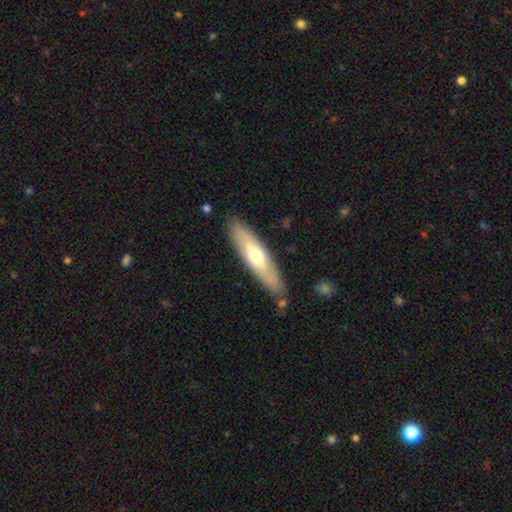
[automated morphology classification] Smooth or featured: smooth — 49% (featured or disk — 45%)
Merging: none — 84% (minor disturbance — 11%)